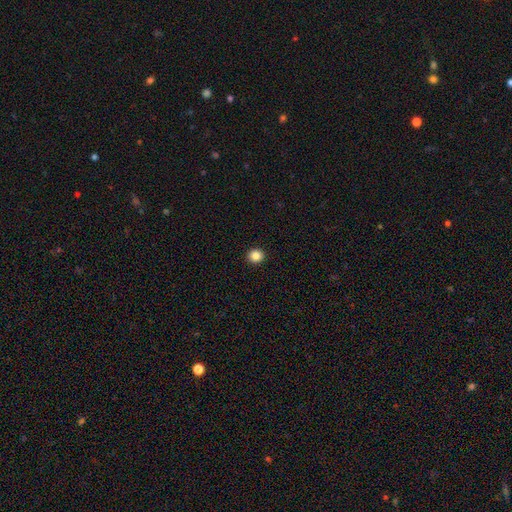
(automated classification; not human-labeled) This appears to be a smooth galaxy with no disk features (86%) that is round (89%). Merging: none (93%).